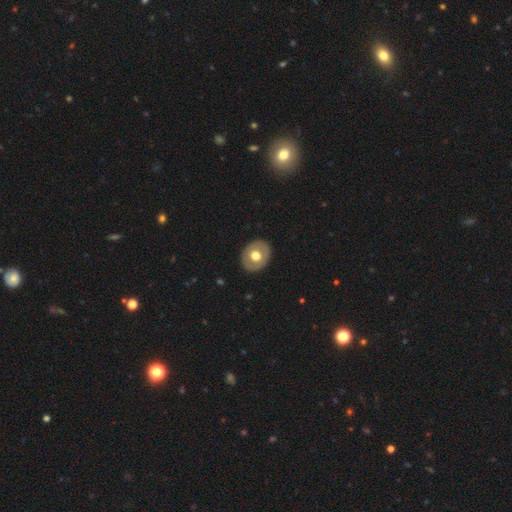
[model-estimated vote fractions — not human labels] Smooth or featured: smooth — 58% (featured or disk — 36%)
How rounded: round — 60% (in between — 39%)
Merging: none — 89% (minor disturbance — 8%)